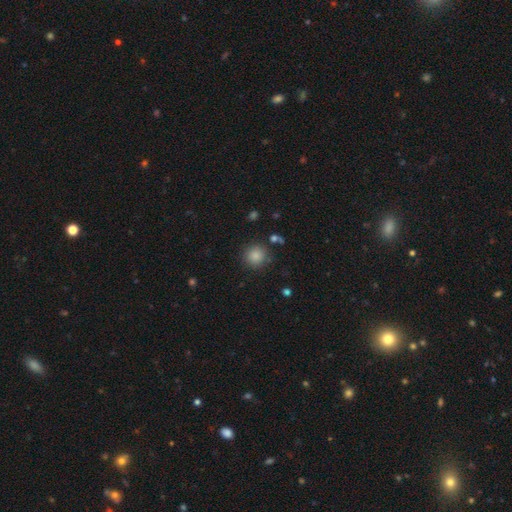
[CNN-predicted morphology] Smooth or featured?
  - smooth: 85% *
  - star or artifact: 10%
  - featured or disk: 4%
How rounded?
  - round: 92% *
  - in between: 7%
  - cigar-shaped: 1%
Merging?
  - none: 85% *
  - minor disturbance: 9%
  - major disturbance: 3%
  - merger: 3%